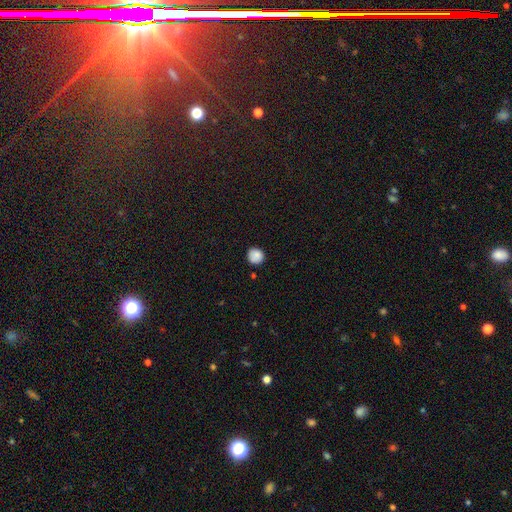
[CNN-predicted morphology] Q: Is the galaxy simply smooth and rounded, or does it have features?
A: smooth — 86%.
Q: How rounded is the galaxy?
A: round — 91%.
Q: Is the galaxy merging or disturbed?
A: none — 84%.